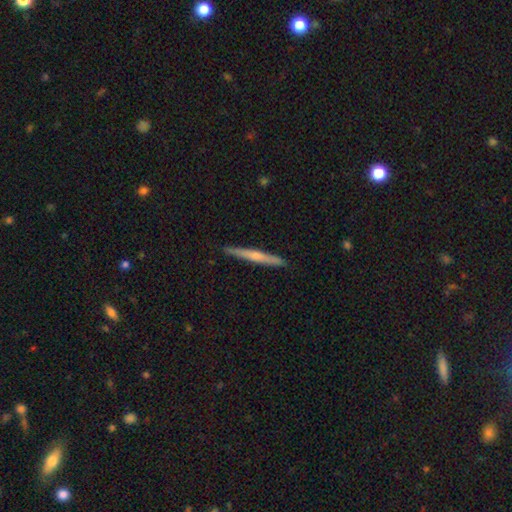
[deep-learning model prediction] Smooth or featured?
  - featured or disk: 52% *
  - smooth: 43%
  - star or artifact: 6%
Edge-on disk?
  - yes: 97% *
  - no: 3%
Merging?
  - none: 90% *
  - minor disturbance: 8%
  - major disturbance: 1%
  - merger: 1%